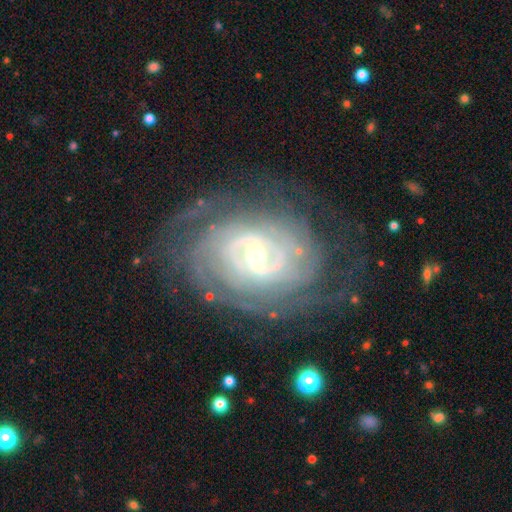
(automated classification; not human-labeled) Overall: featured or disk (90%). Edge-on disk: no (96%). Bar: weak (48%; strong 36%). Spiral arms: yes (95%). Spiral arm count: can't tell (38%; 2 24%). Spiral winding: tight (76%). Bulge size: moderate (48%; small 47%). Merging: none (74%).